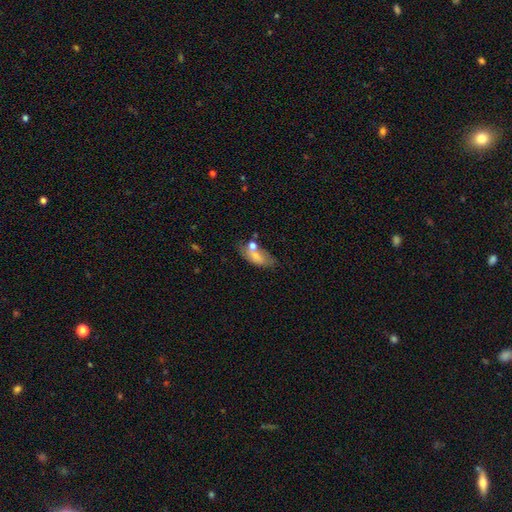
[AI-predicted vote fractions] Morphology: type=smooth (64%); roundness=in between (85%); merging=none (40%).